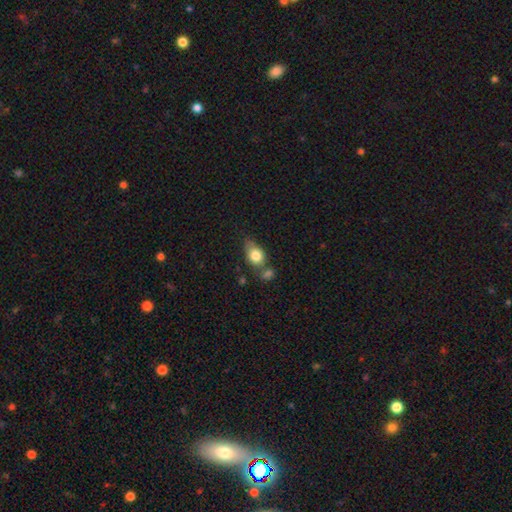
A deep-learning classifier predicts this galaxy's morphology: A smooth galaxy with no disk features (79%) that is in between round and cigar-shaped (62%).

Vote fractions:
- Smooth or featured? smooth: 79% / featured or disk: 12% / star or artifact: 8%
- How rounded? in between: 62% / round: 35% / cigar-shaped: 3%
- Merging? none: 40% / merger: 26% / minor disturbance: 24% / major disturbance: 10%